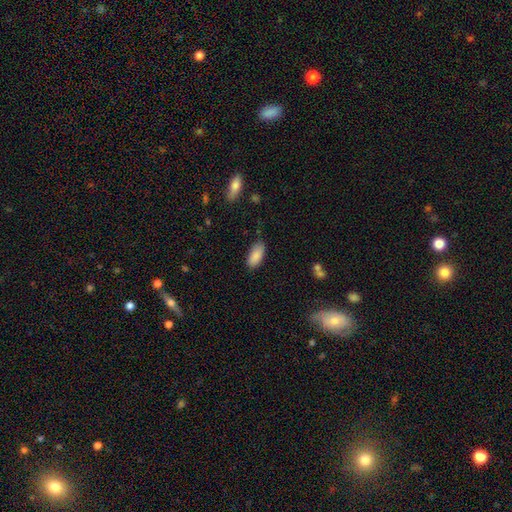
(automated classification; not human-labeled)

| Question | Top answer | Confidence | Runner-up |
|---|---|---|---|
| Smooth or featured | smooth | 88% | star or artifact (7%) |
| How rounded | in between | 88% | cigar-shaped (10%) |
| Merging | none | 83% | minor disturbance (13%) |